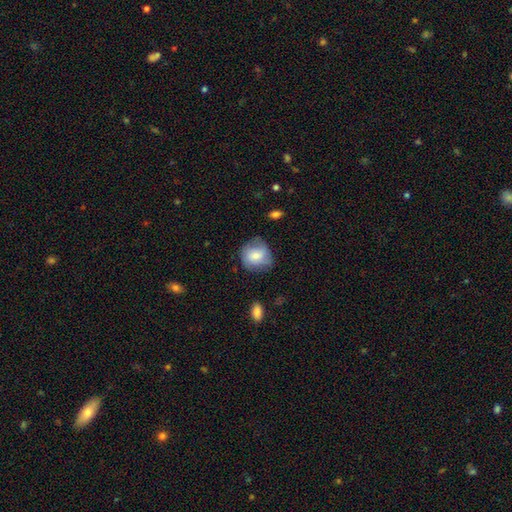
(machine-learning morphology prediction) Smooth or featured? smooth (71%)
How rounded? round (76%)
Merging? none (61%)